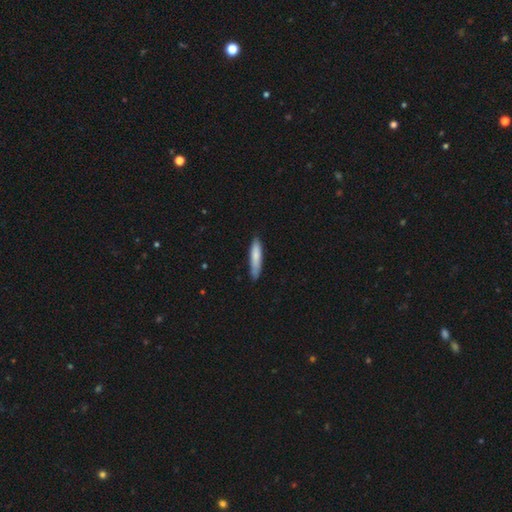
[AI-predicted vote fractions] Morphology: type=smooth (80%); roundness=cigar-shaped (83%); merging=none (80%).